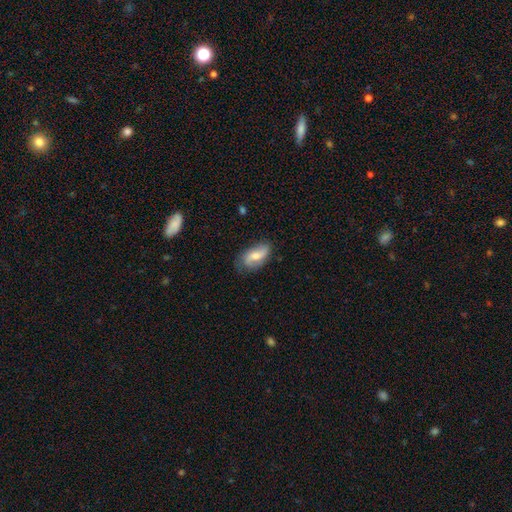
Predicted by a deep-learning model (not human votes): smooth_or_featured: featured or disk (p=0.52) [alt: smooth p=0.41]
disk_edge_on: no (p=0.93) [alt: yes p=0.07]
merging: none (p=0.72) [alt: minor disturbance p=0.21]